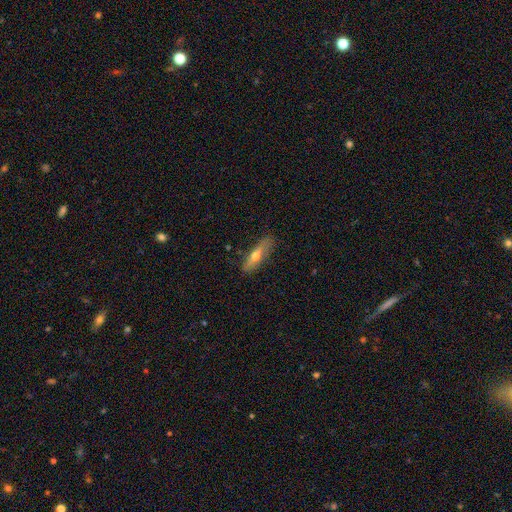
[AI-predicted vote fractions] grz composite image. It shows a smooth galaxy with no disk features (55%) that is cigar-shaped (62%). Merging: none (77%).